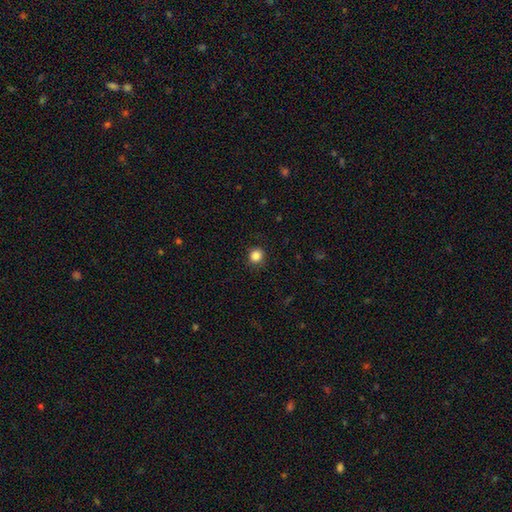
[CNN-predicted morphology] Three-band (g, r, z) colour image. It shows a smooth galaxy with no disk features (85%) that is round (86%). Merging: none (89%).